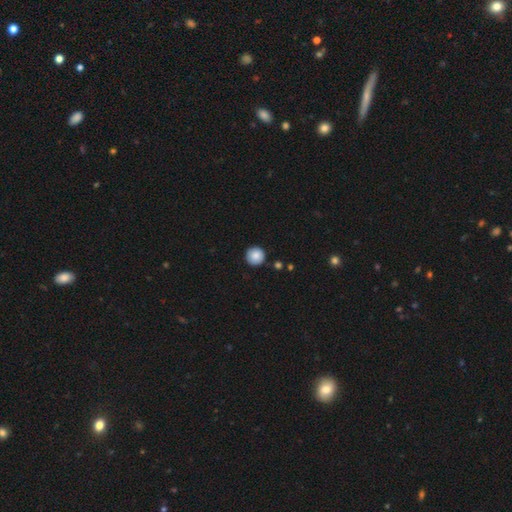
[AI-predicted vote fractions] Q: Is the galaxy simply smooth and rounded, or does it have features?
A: smooth — 86%.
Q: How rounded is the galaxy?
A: round — 96%.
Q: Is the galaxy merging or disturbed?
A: none — 91%.